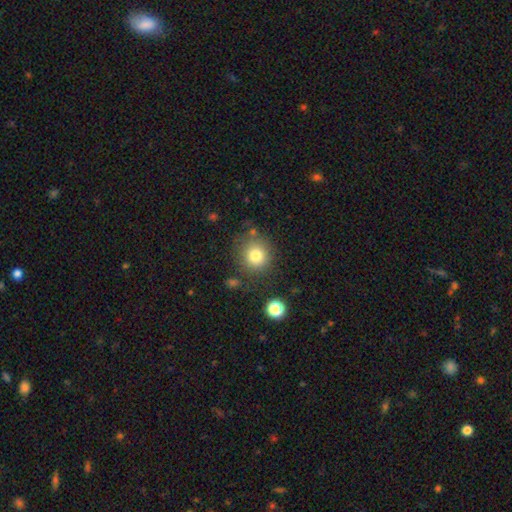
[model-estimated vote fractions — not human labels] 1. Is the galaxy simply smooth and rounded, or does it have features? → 80% smooth, 11% star or artifact, 9% featured or disk.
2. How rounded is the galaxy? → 89% round, 10% in between, 1% cigar-shaped.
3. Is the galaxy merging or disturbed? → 78% none, 12% minor disturbance, 5% merger, 5% major disturbance.